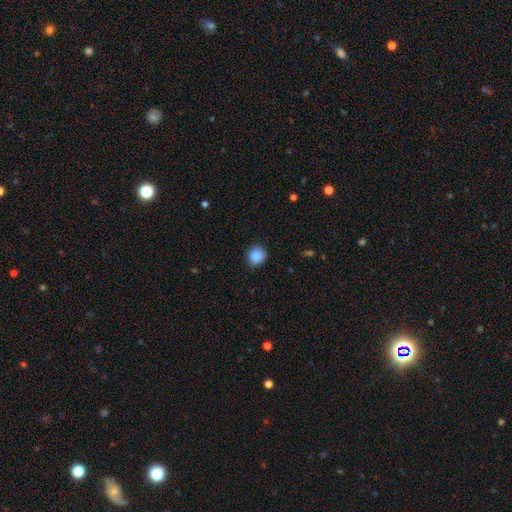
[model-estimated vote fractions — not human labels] Smooth or featured? Predicted: smooth (p=0.85). How rounded? Predicted: round (p=0.85). Merging? Predicted: none (p=0.82).